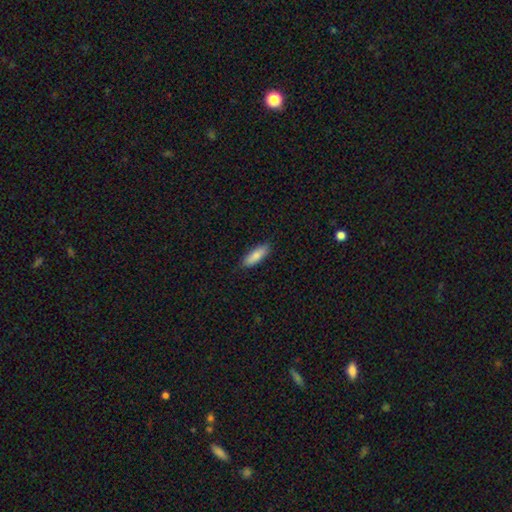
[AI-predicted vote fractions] Smooth or featured?
  - smooth: 82% *
  - featured or disk: 12%
  - star or artifact: 6%
How rounded?
  - in between: 57% *
  - cigar-shaped: 41%
  - round: 2%
Merging?
  - none: 87% *
  - minor disturbance: 10%
  - major disturbance: 2%
  - merger: 1%